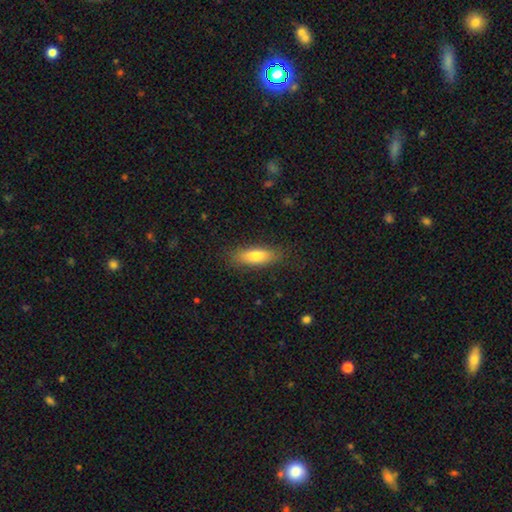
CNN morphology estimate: Smooth or featured?
  - smooth: 77% *
  - featured or disk: 16%
  - star or artifact: 7%
How rounded?
  - in between: 60% *
  - cigar-shaped: 37%
  - round: 2%
Merging?
  - none: 84% *
  - minor disturbance: 12%
  - major disturbance: 3%
  - merger: 1%